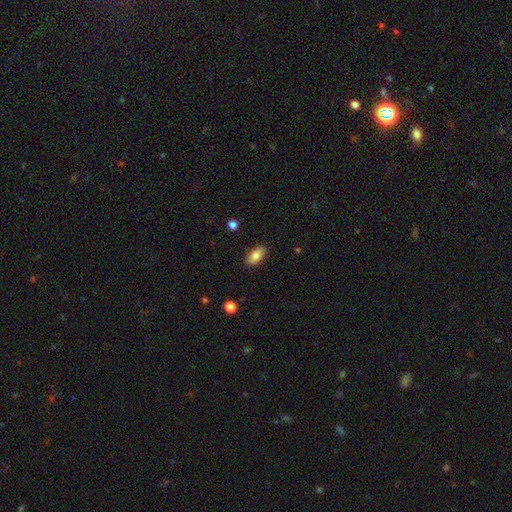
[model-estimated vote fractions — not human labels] smooth-or-featured: smooth: 85% | featured or disk: 8% | star or artifact: 7%
  how-rounded: in between: 91% | cigar-shaped: 6% | round: 4%
  merging: none: 88% | minor disturbance: 9% | major disturbance: 2% | merger: 1%